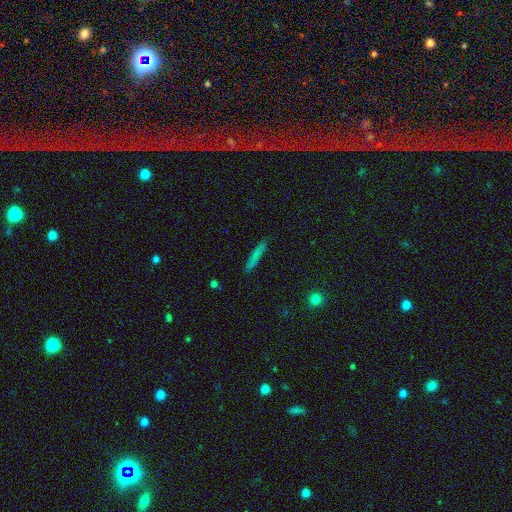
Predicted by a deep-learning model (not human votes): smooth_or_featured: smooth (p=0.74) [alt: featured or disk p=0.17]
how_rounded: cigar-shaped (p=0.93) [alt: in between p=0.05]
merging: none (p=0.85) [alt: minor disturbance p=0.11]